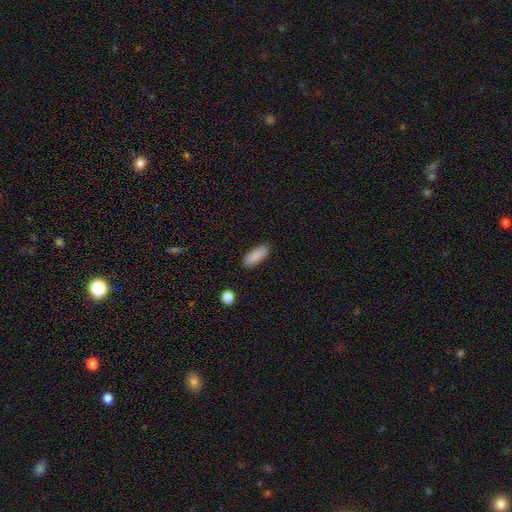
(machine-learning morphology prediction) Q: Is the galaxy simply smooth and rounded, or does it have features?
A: smooth — 88%.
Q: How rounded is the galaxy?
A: in between — 68%.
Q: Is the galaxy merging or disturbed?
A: none — 87%.